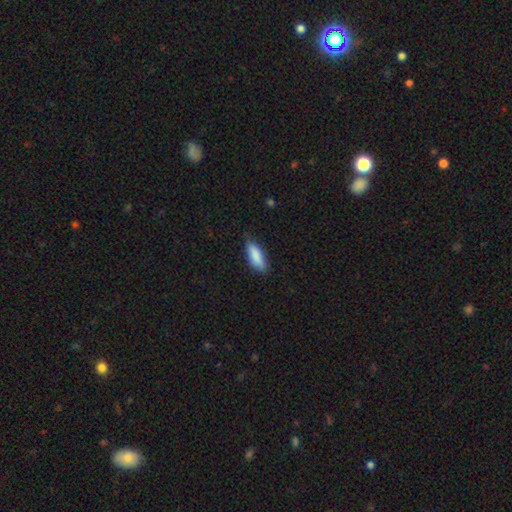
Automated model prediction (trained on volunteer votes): Smooth or featured: smooth — 87% (featured or disk — 7%)
How rounded: in between — 71% (cigar-shaped — 27%)
Merging: none — 76% (minor disturbance — 20%)